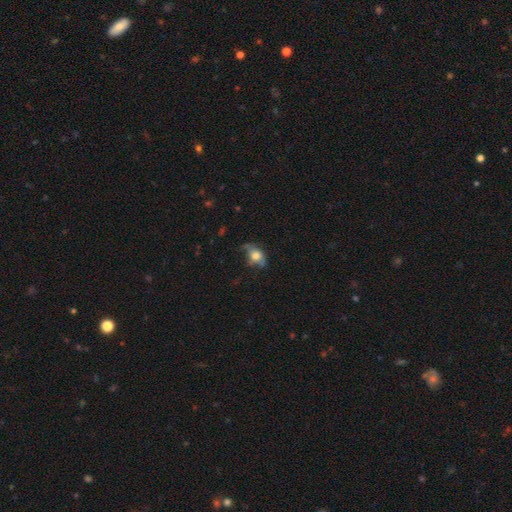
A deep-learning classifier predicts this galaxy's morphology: type=smooth (61%); roundness=in between (79%); merging=none (40%).